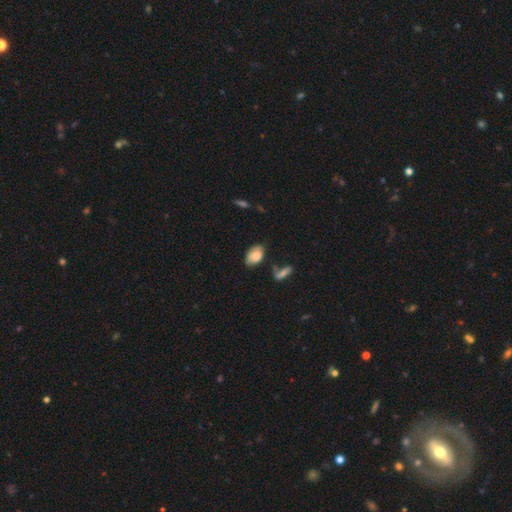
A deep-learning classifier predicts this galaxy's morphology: smooth-or-featured: smooth: 74% | featured or disk: 19% | star or artifact: 7%
  how-rounded: in between: 89% | round: 9% | cigar-shaped: 2%
  merging: none: 54% | minor disturbance: 28% | major disturbance: 9% | merger: 8%